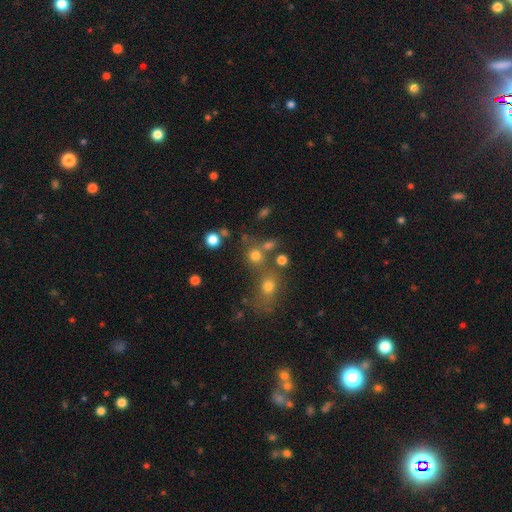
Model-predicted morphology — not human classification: Smooth or featured? Predicted: smooth (p=0.70). How rounded? Predicted: round (p=0.81). Merging? Predicted: none (p=0.55).